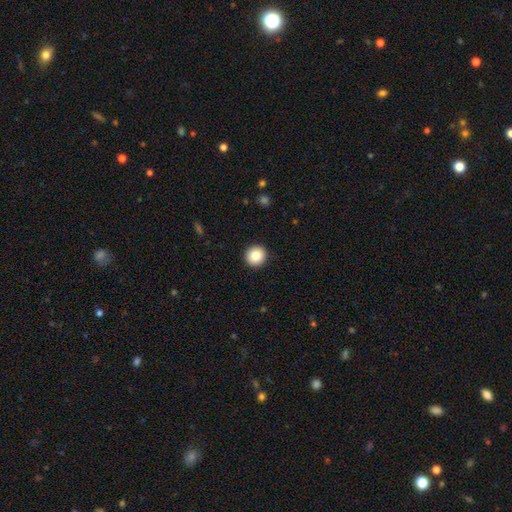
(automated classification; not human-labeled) smooth_or_featured: smooth (p=0.85) [alt: star or artifact p=0.09]
how_rounded: round (p=0.94) [alt: in between p=0.05]
merging: none (p=0.93) [alt: minor disturbance p=0.05]